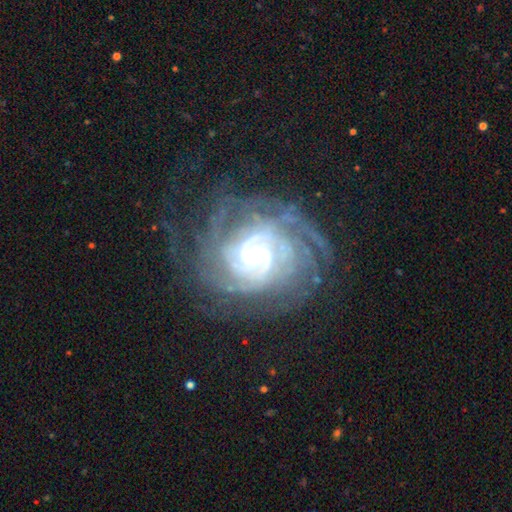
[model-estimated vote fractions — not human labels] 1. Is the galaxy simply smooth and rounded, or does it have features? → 90% featured or disk, 6% star or artifact, 5% smooth.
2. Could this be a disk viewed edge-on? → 97% no, 3% yes.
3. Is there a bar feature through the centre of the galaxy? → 57% no, 32% weak, 11% strong.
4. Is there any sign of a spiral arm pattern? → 98% yes, 2% no.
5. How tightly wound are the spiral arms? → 75% tight, 20% medium, 4% loose.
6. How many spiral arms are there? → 28% can't tell, 18% 2, 17% 4, 15% 3, 15% more than 4, 7% 1.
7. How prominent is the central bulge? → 61% small, 33% moderate, 3% large, 1% none, 1% dominant.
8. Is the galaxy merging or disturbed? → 71% none, 17% minor disturbance, 11% major disturbance, 2% merger.